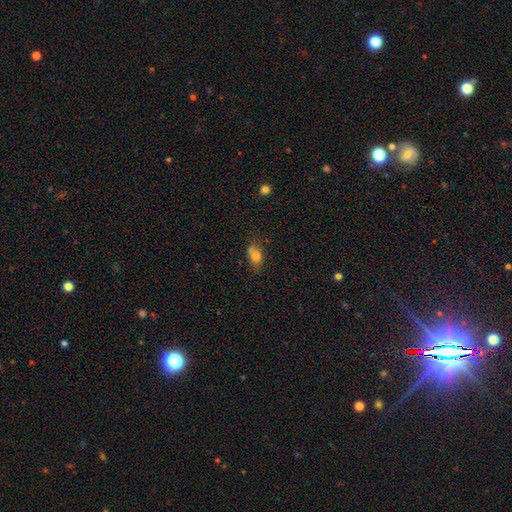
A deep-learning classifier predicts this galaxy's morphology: The model was most divided on "merging": none: 57%, minor disturbance: 22%, merger: 16%, major disturbance: 6%. More confident: smooth or featured — smooth (75%); how rounded — in between (74%).